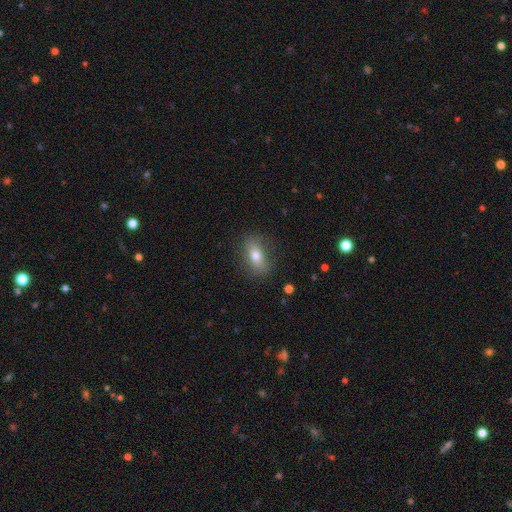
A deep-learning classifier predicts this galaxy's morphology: Smooth or featured? Predicted: smooth (p=0.70). How rounded? Predicted: in between (p=0.79). Merging? Predicted: none (p=0.82).